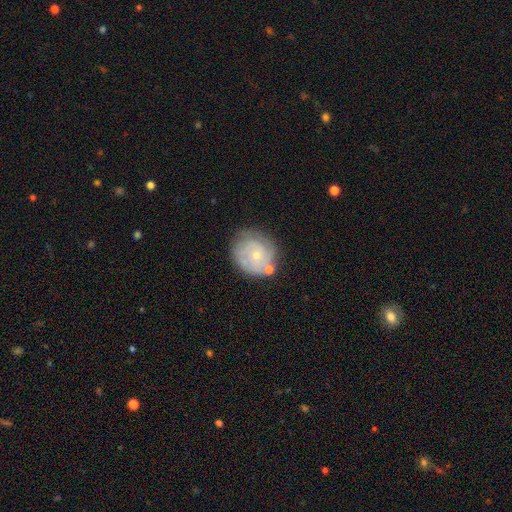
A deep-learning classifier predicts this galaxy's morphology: smooth_or_featured: featured or disk (p=0.57) [alt: smooth p=0.35]
disk_edge_on: no (p=0.98) [alt: yes p=0.02]
bar: no (p=0.81) [alt: weak p=0.17]
has_spiral_arms: yes (p=0.77) [alt: no p=0.23]
bulge_size: small (p=0.75) [alt: moderate p=0.19]
merging: none (p=0.66) [alt: minor disturbance p=0.19]